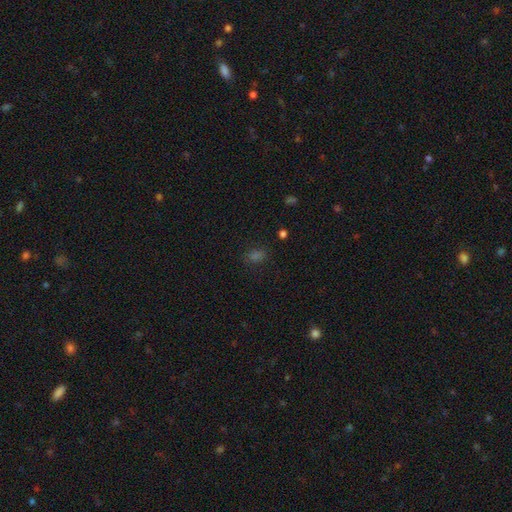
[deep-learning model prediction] This is likely a smooth galaxy (66%). How rounded: likely in between (68%). Merging: clearly none (82%).